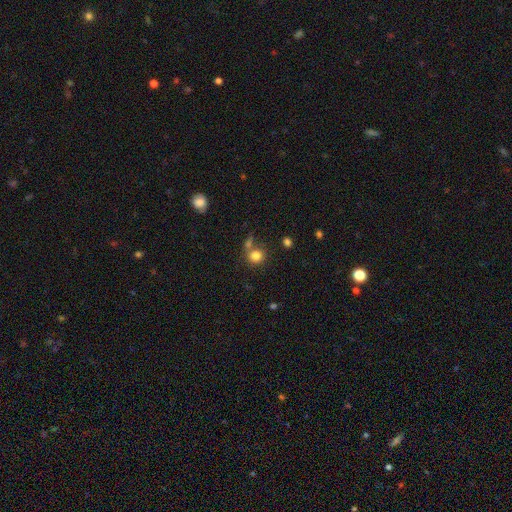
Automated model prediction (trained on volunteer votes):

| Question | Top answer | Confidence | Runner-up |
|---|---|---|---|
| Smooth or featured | smooth | 81% | star or artifact (12%) |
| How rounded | round | 86% | in between (13%) |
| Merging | none | 60% | merger (24%) |